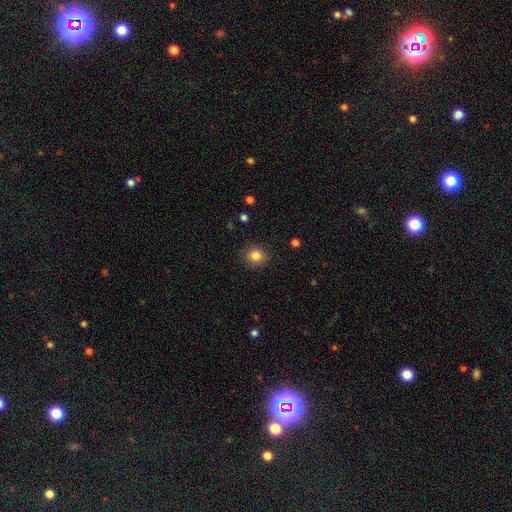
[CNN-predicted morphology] The model was most divided on "smooth or featured": smooth: 83%, star or artifact: 11%, featured or disk: 6%. More confident: merging — none (90%); how rounded — round (87%).